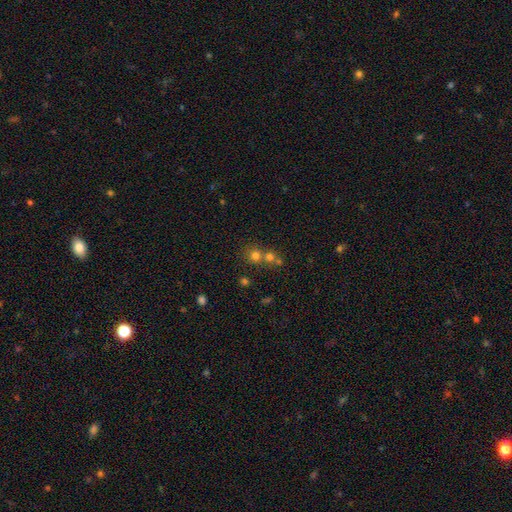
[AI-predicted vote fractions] smooth-or-featured: smooth: 70% | star or artifact: 19% | featured or disk: 11%
  how-rounded: round: 87% | in between: 12% | cigar-shaped: 1%
  merging: none: 49% | merger: 43% | minor disturbance: 6% | major disturbance: 3%